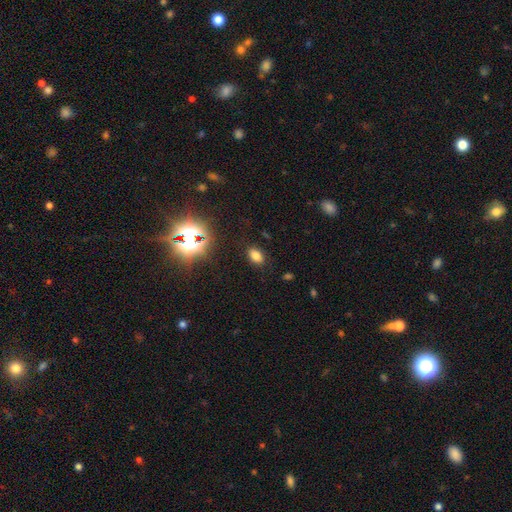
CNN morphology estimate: type=smooth (74%); roundness=in between (83%); merging=none (86%).